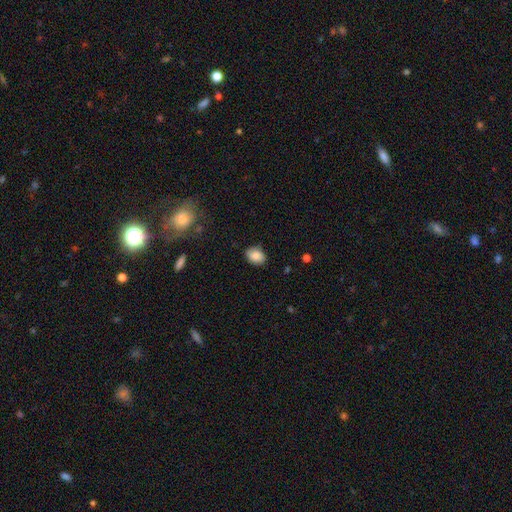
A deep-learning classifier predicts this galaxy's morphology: Smooth or featured? Predicted: smooth (p=0.85). How rounded? Predicted: in between (p=0.66). Merging? Predicted: none (p=0.82).